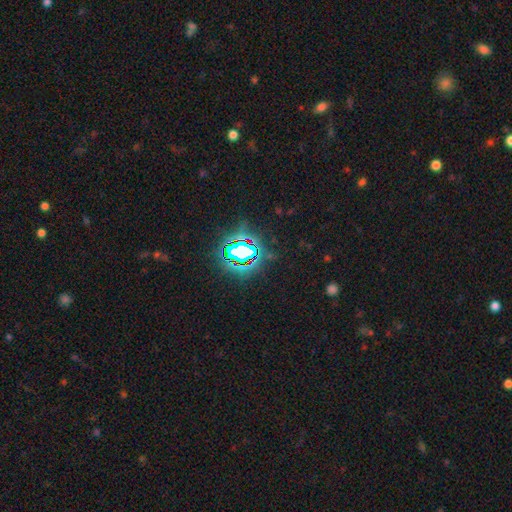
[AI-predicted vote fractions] This appears to be a star or artifact, not a galaxy (81%).